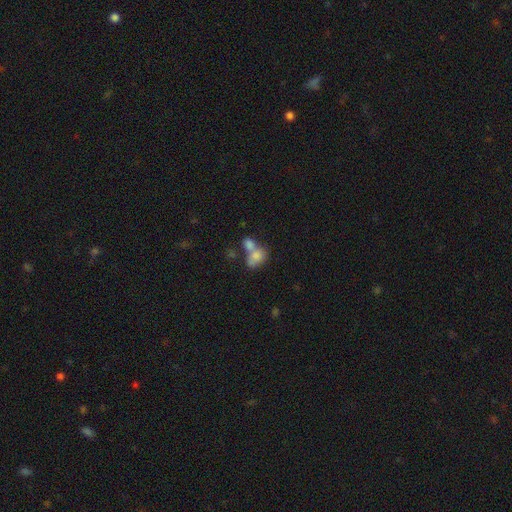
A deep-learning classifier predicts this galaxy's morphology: Smooth or featured: smooth — 77% (featured or disk — 14%)
How rounded: in between — 75% (round — 23%)
Merging: merger — 62% (none — 23%)